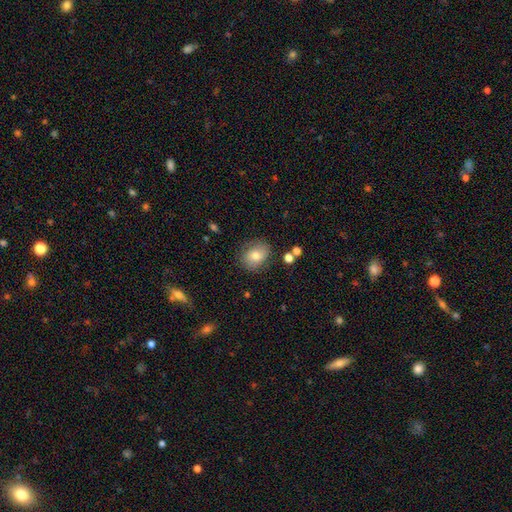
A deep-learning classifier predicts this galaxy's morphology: Smooth or featured?
  - smooth: 72% *
  - featured or disk: 18%
  - star or artifact: 10%
How rounded?
  - round: 53% *
  - in between: 46%
  - cigar-shaped: 1%
Merging?
  - none: 77% *
  - minor disturbance: 16%
  - major disturbance: 5%
  - merger: 2%